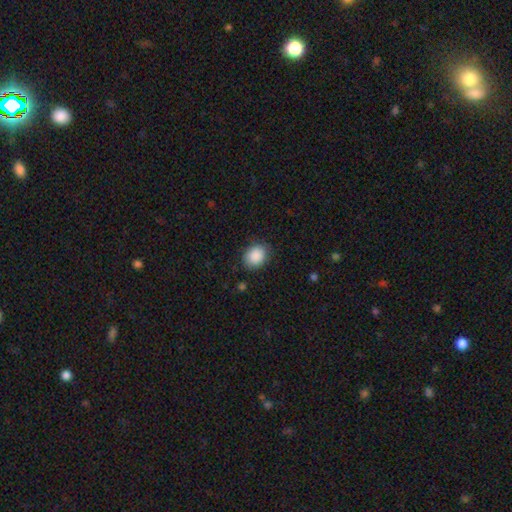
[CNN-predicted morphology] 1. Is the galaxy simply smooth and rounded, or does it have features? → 89% smooth, 8% star or artifact, 3% featured or disk.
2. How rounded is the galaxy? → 52% round, 47% in between, 1% cigar-shaped.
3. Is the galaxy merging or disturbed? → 83% none, 13% minor disturbance, 3% major disturbance, 1% merger.